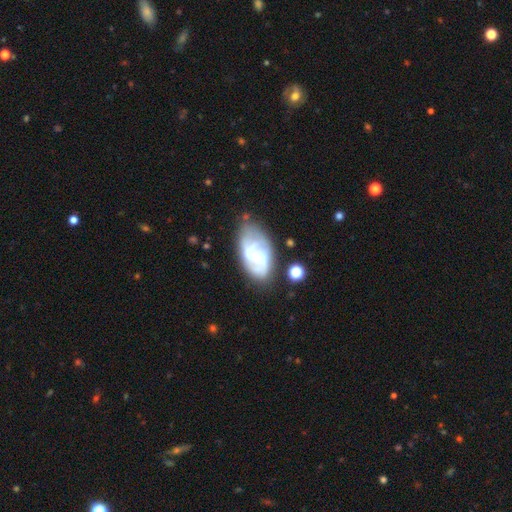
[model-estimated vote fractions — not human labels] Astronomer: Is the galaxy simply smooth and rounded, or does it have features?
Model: featured or disk — 65%.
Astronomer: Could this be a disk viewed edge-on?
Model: no — 96%.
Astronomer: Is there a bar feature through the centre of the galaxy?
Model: no — 48% (runner-up: weak, 39%).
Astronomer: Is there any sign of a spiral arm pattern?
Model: yes — 80%.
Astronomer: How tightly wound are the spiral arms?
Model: medium — 43% (runner-up: tight, 35%).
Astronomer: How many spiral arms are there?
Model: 2 — 42% (runner-up: can't tell, 33%).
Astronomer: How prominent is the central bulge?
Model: small — 45% (runner-up: none, 25%).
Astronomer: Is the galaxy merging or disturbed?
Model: none — 58%.